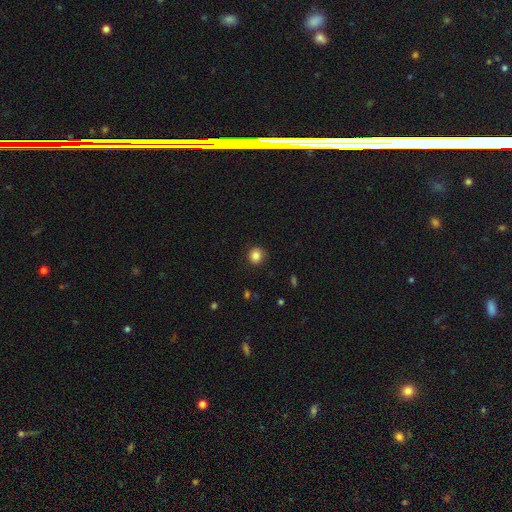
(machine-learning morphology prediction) Smooth or featured? Predicted: smooth (p=0.85). How rounded? Predicted: round (p=0.90). Merging? Predicted: none (p=0.89).